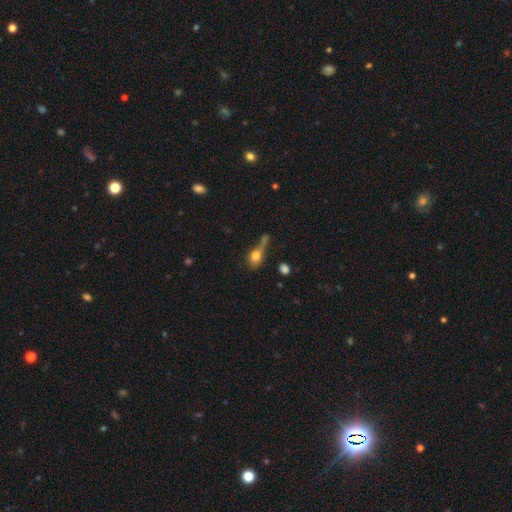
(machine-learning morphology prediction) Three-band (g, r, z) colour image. It shows a smooth galaxy with no disk features (72%) that is in between round and cigar-shaped (53%). Merging: none (31%).